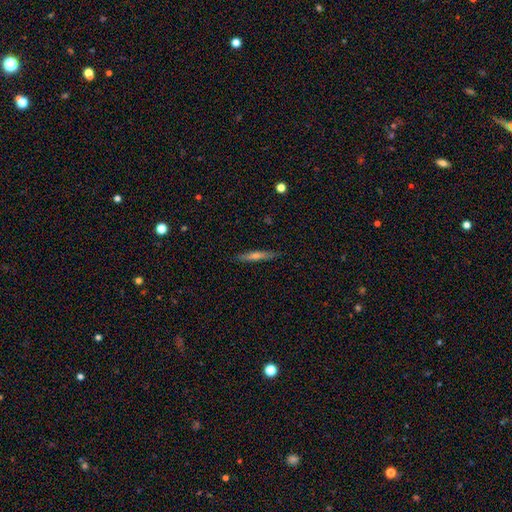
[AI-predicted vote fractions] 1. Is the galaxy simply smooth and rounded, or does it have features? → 49% featured or disk, 43% smooth, 7% star or artifact.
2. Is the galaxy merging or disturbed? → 89% none, 8% minor disturbance, 2% major disturbance, 1% merger.